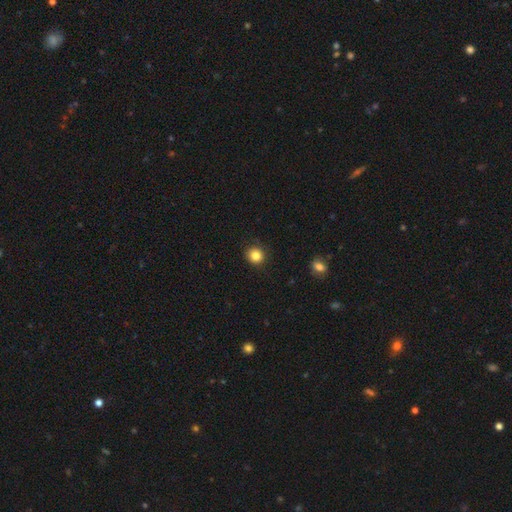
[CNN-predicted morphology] Smooth or featured: smooth — 84% (star or artifact — 11%)
How rounded: round — 91% (in between — 8%)
Merging: none — 90% (minor disturbance — 7%)